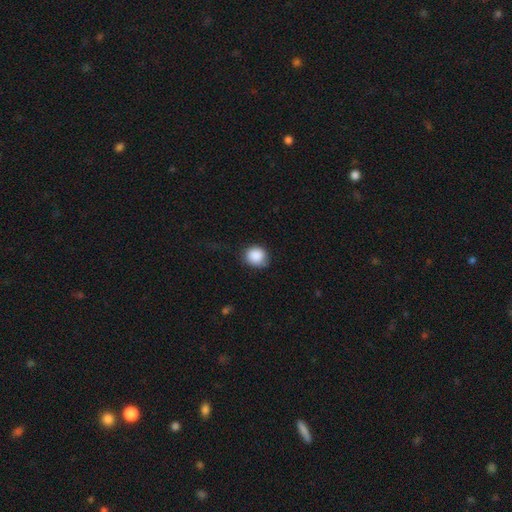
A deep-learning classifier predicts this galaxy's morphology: Smooth or featured? smooth (88%)
How rounded? round (84%)
Merging? none (75%)